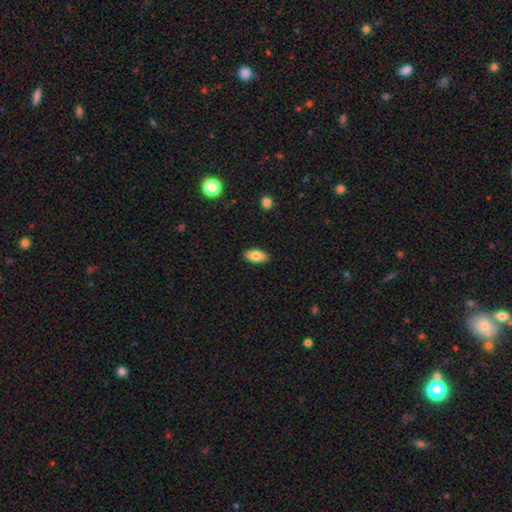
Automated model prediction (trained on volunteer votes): Overall: smooth (80%). How rounded: in between (92%). Merging: none (90%).